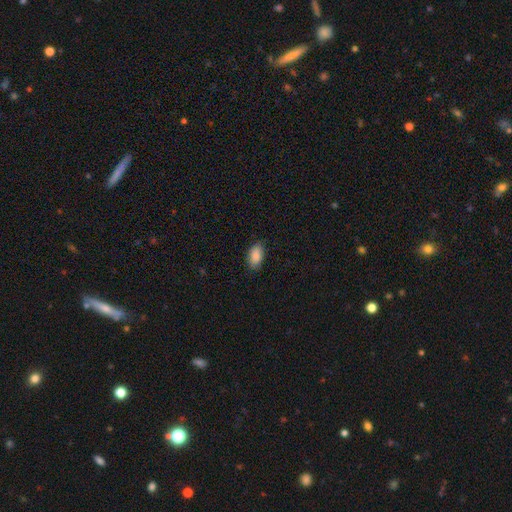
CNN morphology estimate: The model was most divided on "merging": none: 81%, minor disturbance: 15%, major disturbance: 3%, merger: 1%. More confident: how rounded — in between (92%); smooth or featured — smooth (87%).